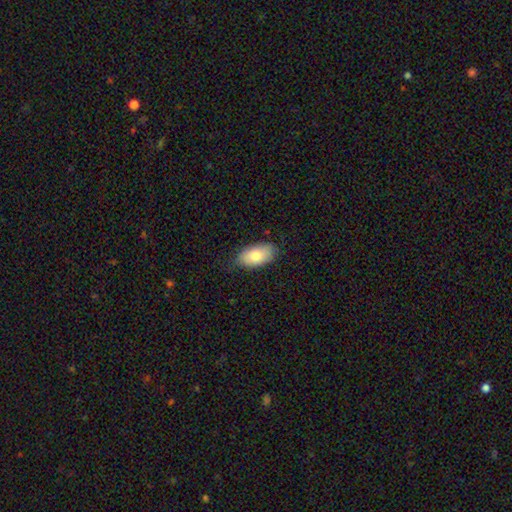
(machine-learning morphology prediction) Overall: smooth (77%). How rounded: in between (93%). Merging: none (76%).